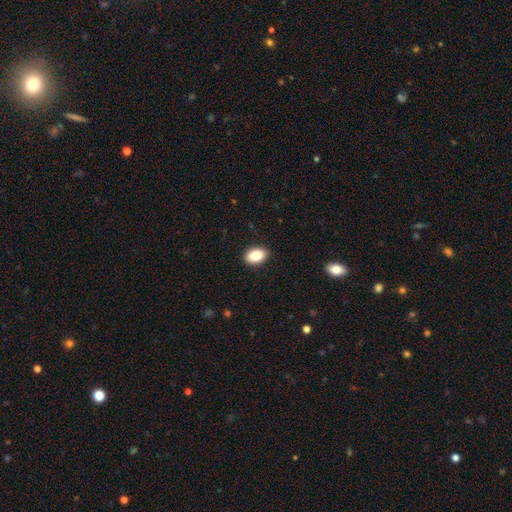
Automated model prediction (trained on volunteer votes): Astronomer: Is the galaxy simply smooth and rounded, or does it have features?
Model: smooth — 86%.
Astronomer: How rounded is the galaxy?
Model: in between — 83%.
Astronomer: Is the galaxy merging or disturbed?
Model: none — 91%.